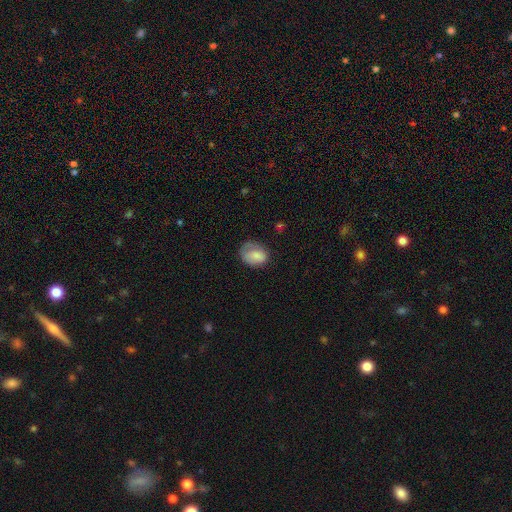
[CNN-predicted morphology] This appears to be a smooth galaxy with no disk features (79%) that is in between round and cigar-shaped (67%). Merging: none (51%).